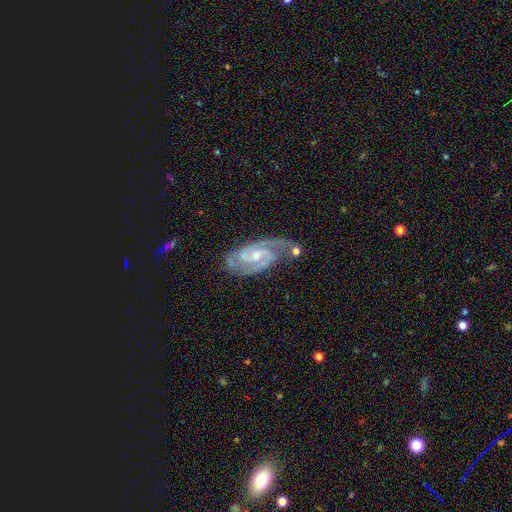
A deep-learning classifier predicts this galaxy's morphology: This appears to be a featured or disk galaxy (91%) with a weak bar (47%), 2 (82%) tight (49%) spiral arms (98%) and a small central bulge (57%). Merging: none (64%).